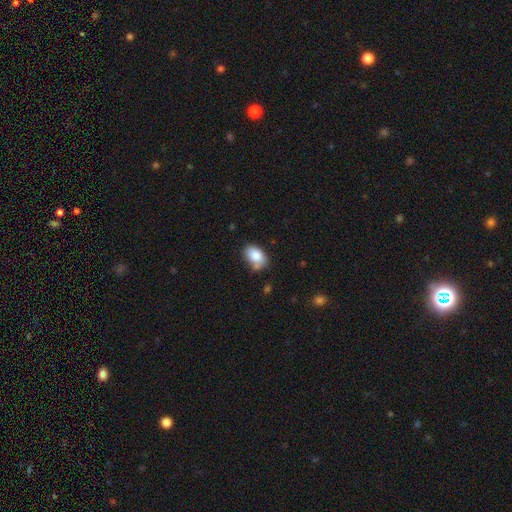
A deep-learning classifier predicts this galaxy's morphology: smooth 83%, featured or disk 9%, star or artifact 8%. Down the decision tree: how rounded — in between (87%); merging — none (62%).